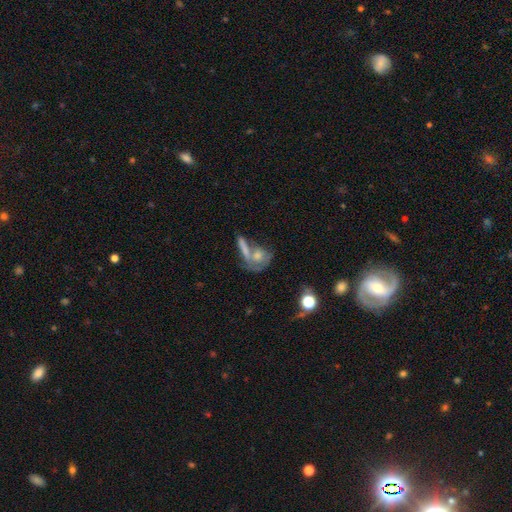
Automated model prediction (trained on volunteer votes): Q: Smooth or featured?
A: smooth (54%); runner-up: featured or disk (36%)
Q: How rounded?
A: round (44%); runner-up: in between (41%)
Q: Merging?
A: merger (43%); runner-up: none (34%)